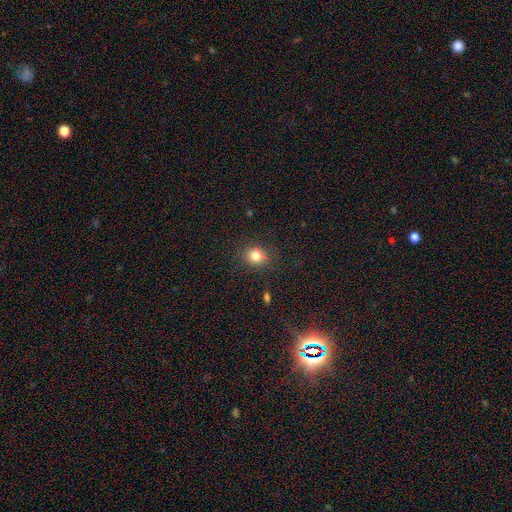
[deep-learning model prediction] smooth-or-featured: smooth: 82% | star or artifact: 12% | featured or disk: 6%
  how-rounded: round: 74% | in between: 25% | cigar-shaped: 1%
  merging: none: 85% | minor disturbance: 10% | major disturbance: 3% | merger: 2%